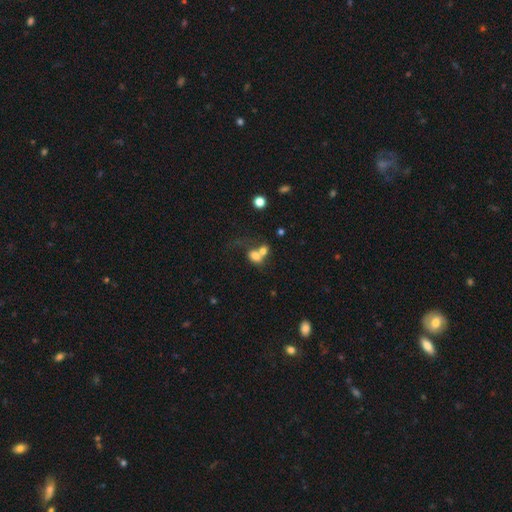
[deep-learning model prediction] smooth-or-featured: smooth: 71% | featured or disk: 17% | star or artifact: 12%
  how-rounded: in between: 56% | round: 43% | cigar-shaped: 2%
  merging: merger: 62% | none: 20% | major disturbance: 10% | minor disturbance: 8%